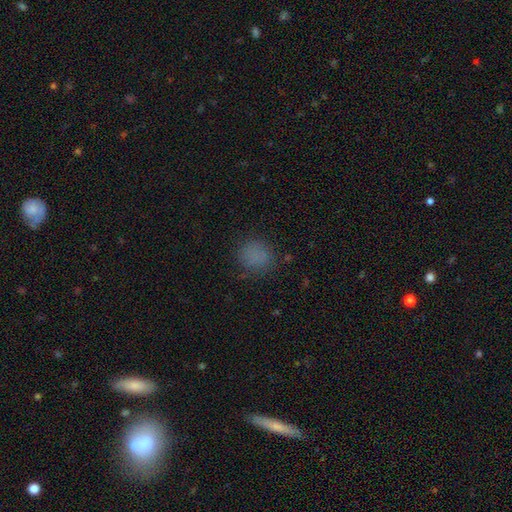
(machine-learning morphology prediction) A smooth galaxy with no disk features (76%) that is round (81%).

Vote fractions:
- Smooth or featured? smooth: 76% / star or artifact: 17% / featured or disk: 7%
- How rounded? round: 81% / in between: 18% / cigar-shaped: 1%
- Merging? none: 78% / minor disturbance: 15% / major disturbance: 6% / merger: 2%